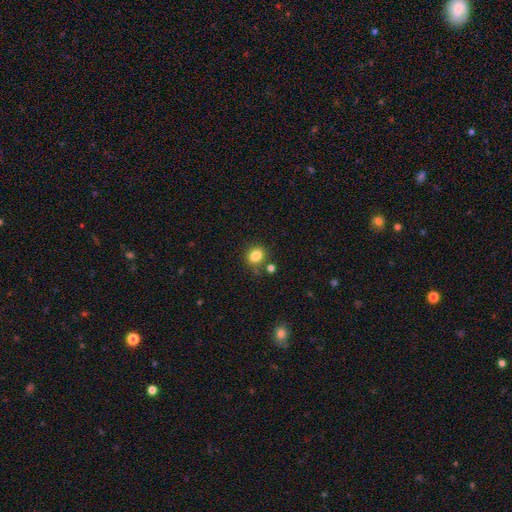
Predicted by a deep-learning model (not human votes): Q: Smooth or featured?
A: smooth (84%); runner-up: star or artifact (11%)
Q: How rounded?
A: round (55%); runner-up: in between (44%)
Q: Merging?
A: none (77%); runner-up: minor disturbance (12%)